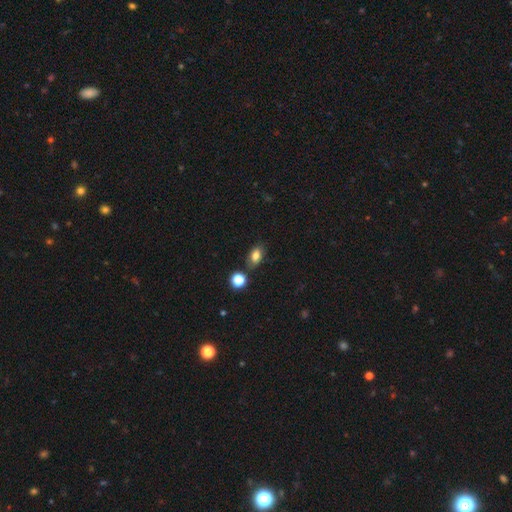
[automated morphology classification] A smooth galaxy with no disk features (80%) that is in between round and cigar-shaped (85%). Merging: none (77%).